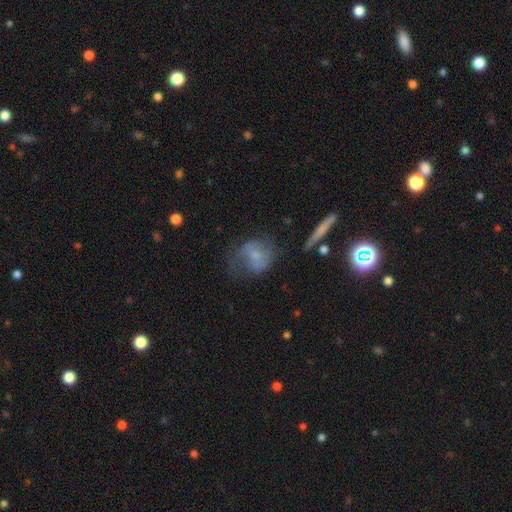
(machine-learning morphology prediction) smooth-or-featured: smooth: 47% | featured or disk: 44% | star or artifact: 10%
  merging: none: 38% | major disturbance: 32% | minor disturbance: 25% | merger: 5%